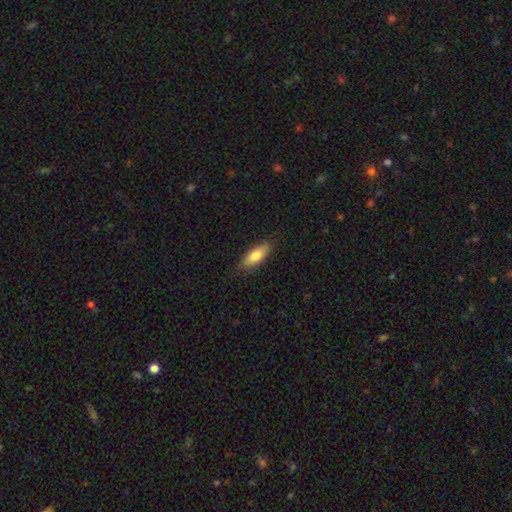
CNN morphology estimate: The model was most divided on "how rounded": in between: 71%, cigar-shaped: 27%, round: 2%. More confident: merging — none (84%); smooth or featured — smooth (79%).